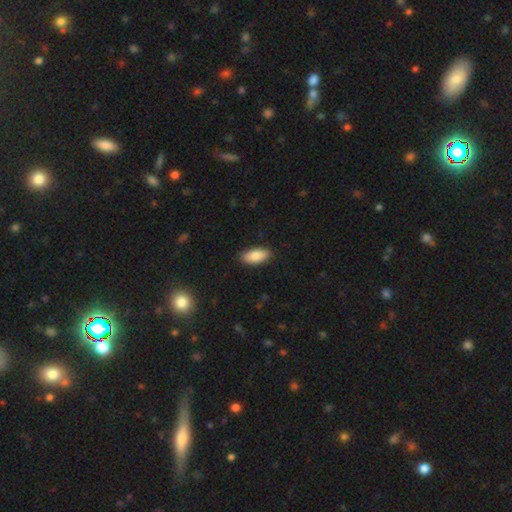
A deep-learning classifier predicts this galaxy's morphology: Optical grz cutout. It shows a smooth galaxy with no disk features (86%) that is in between round and cigar-shaped (88%). Merging: none (87%).